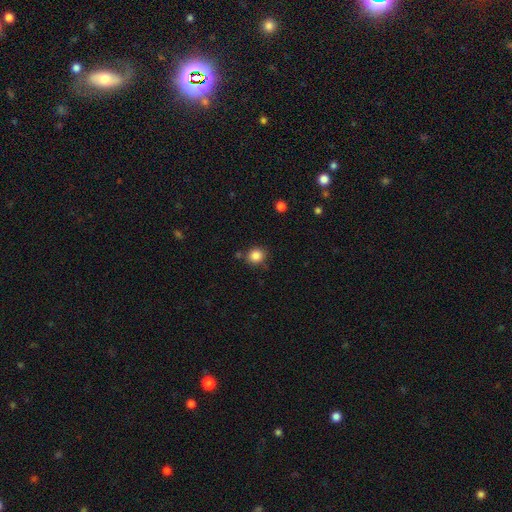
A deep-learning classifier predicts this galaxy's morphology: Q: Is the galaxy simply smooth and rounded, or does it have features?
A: smooth — 85%.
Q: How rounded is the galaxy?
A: round — 84%.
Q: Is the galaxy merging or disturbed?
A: none — 80%.